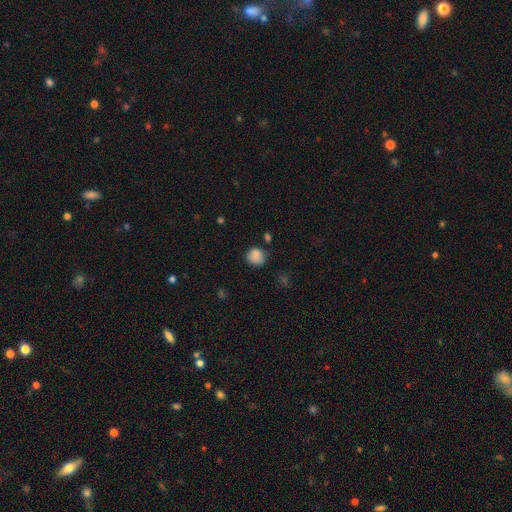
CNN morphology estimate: A smooth galaxy with no disk features (84%) that is round (75%). Merging: none (67%).